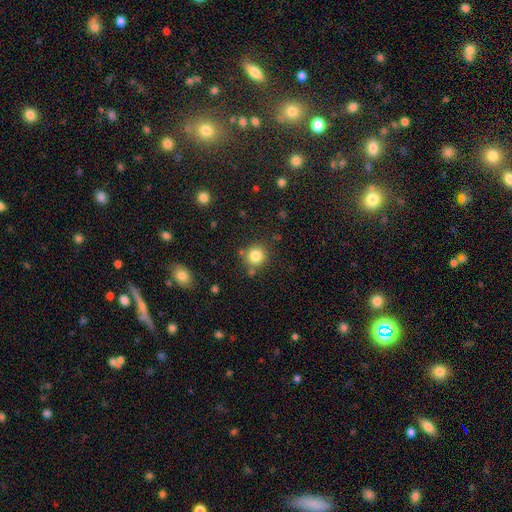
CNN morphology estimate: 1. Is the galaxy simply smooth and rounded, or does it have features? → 82% smooth, 11% star or artifact, 6% featured or disk.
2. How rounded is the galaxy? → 92% round, 7% in between, 1% cigar-shaped.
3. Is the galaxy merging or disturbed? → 80% none, 10% minor disturbance, 7% merger, 3% major disturbance.